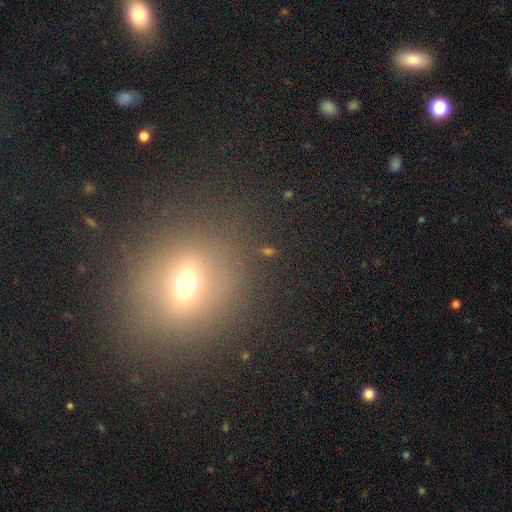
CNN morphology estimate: This is possibly a smooth galaxy (55%). How rounded: possibly round (53%). Merging: clearly none (86%).